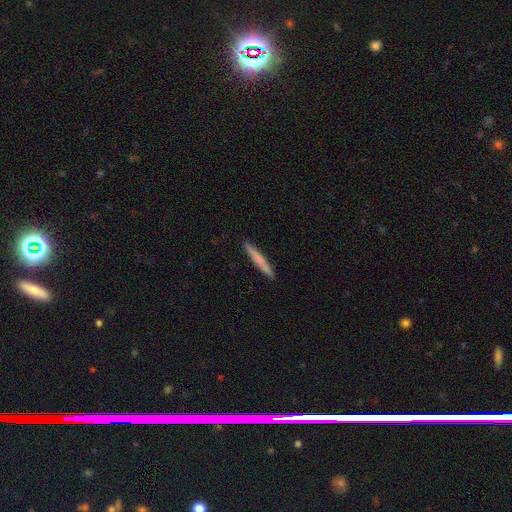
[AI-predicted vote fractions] A smooth galaxy with no disk features (64%) that is cigar-shaped (97%). Merging: none (93%).